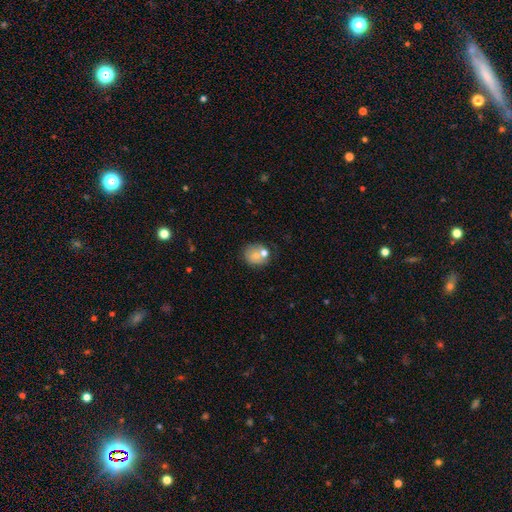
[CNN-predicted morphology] This appears to be a smooth galaxy with no disk features (68%) that is round (72%). Merging: none (53%).